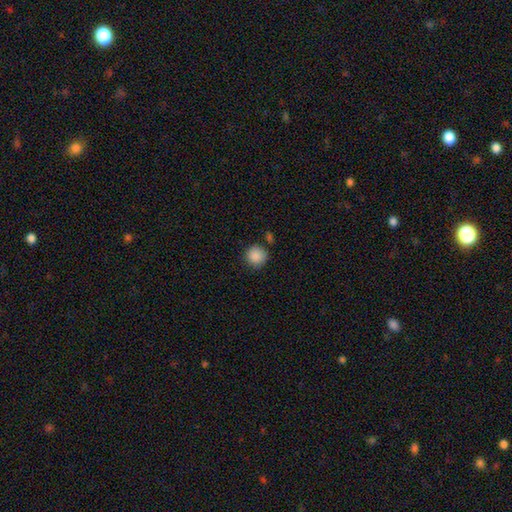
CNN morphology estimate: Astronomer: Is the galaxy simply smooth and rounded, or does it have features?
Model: smooth — 88%.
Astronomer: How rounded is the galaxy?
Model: round — 93%.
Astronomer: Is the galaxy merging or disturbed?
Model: none — 81%.